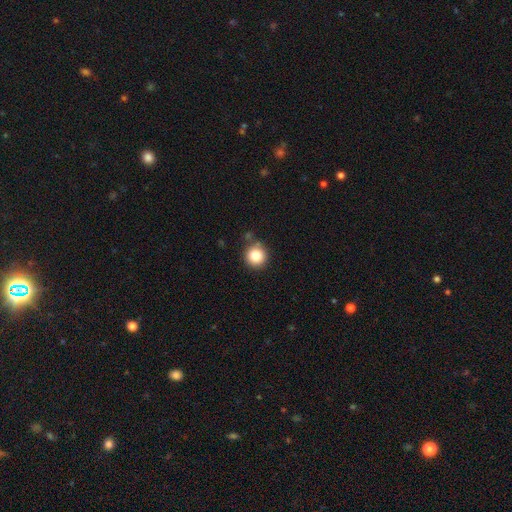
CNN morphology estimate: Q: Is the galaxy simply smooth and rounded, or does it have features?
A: smooth — 85%.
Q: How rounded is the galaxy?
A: round — 94%.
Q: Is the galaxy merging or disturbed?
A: none — 80%.